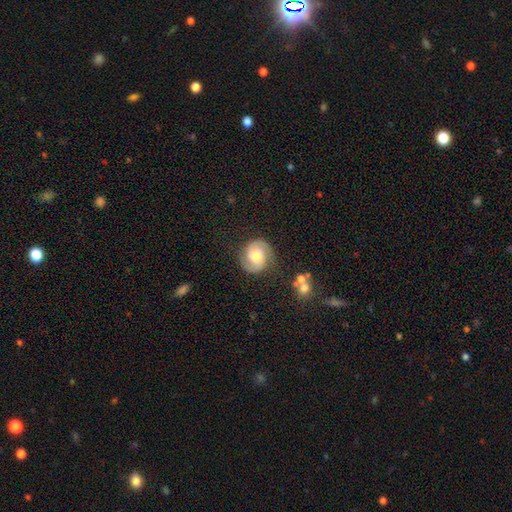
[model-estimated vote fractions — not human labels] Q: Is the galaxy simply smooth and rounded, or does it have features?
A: featured or disk — 78%.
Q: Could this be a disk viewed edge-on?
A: no — 98%.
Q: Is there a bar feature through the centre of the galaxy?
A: no — 61%.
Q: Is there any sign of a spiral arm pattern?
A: yes — 95%.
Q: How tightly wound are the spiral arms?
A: medium — 48%.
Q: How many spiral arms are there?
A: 2 — 92%.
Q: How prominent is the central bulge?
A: moderate — 69%.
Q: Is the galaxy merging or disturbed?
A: none — 82%.